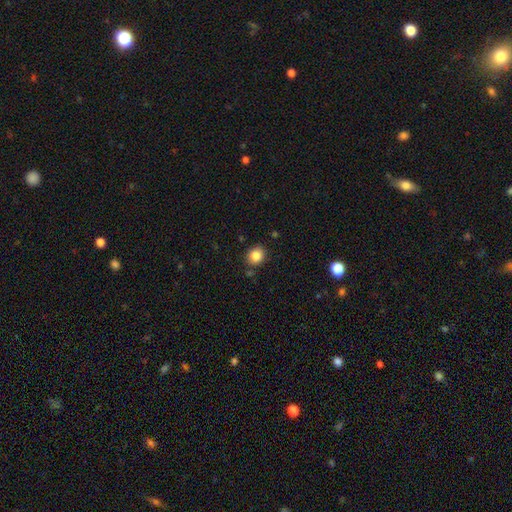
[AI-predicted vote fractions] Overall: smooth (84%). How rounded: round (71%). Merging: none (83%).